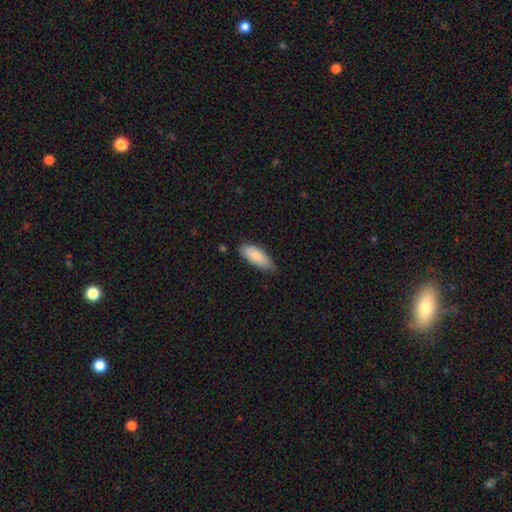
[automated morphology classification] Overall: smooth (82%). How rounded: in between (80%). Merging: none (68%).